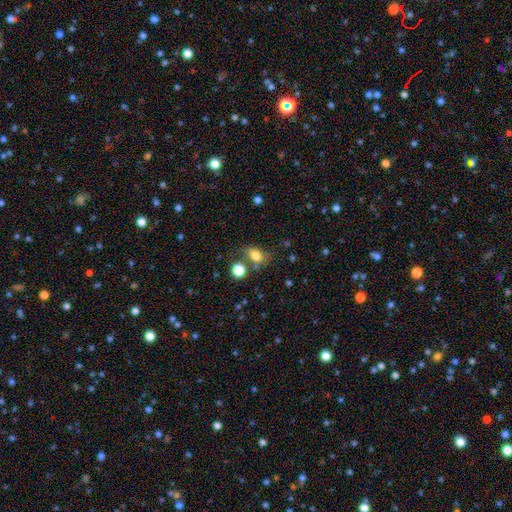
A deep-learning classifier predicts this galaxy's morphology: This is likely a smooth galaxy (78%). How rounded: likely in between (73%). Merging: possibly none (60%).